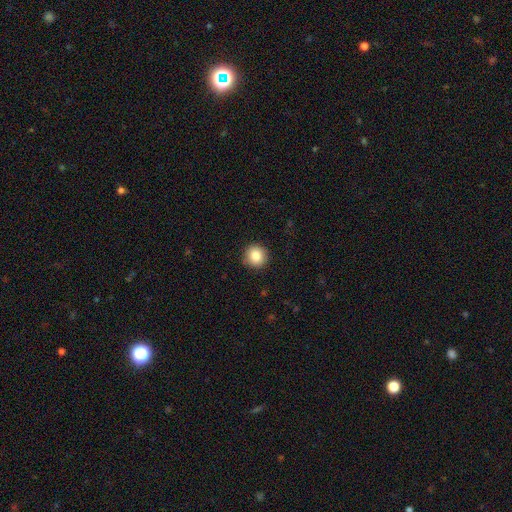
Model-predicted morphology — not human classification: smooth 86%, star or artifact 9%, featured or disk 5%. Down the decision tree: how rounded — round (92%); merging — none (90%).